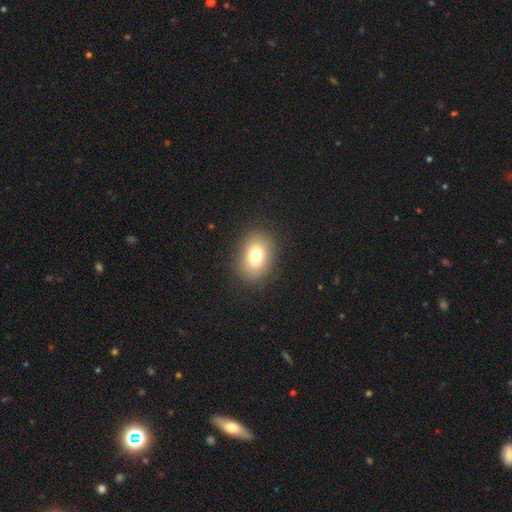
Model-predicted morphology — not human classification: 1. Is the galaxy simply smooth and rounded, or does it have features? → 78% smooth, 11% featured or disk, 11% star or artifact.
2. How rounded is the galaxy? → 69% in between, 30% round, 1% cigar-shaped.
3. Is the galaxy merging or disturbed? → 88% none, 8% minor disturbance, 3% major disturbance, 1% merger.